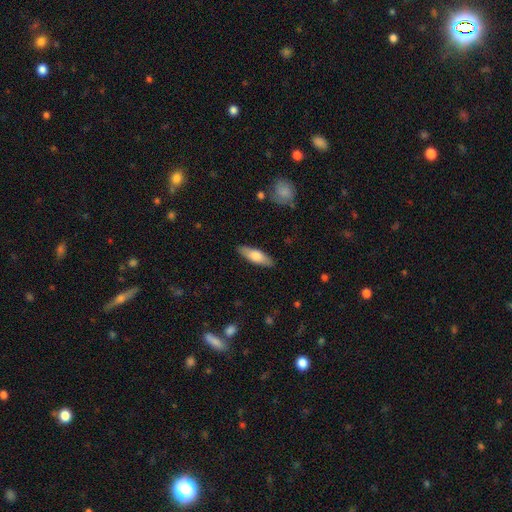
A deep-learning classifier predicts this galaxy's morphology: Smooth or featured?
  - smooth: 66% *
  - featured or disk: 28%
  - star or artifact: 5%
How rounded?
  - in between: 52% *
  - cigar-shaped: 46%
  - round: 2%
Merging?
  - none: 87% *
  - minor disturbance: 9%
  - major disturbance: 2%
  - merger: 1%